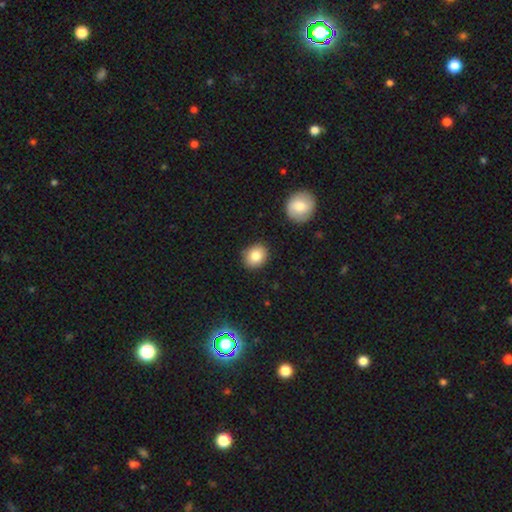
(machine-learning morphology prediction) Smooth or featured?
  - smooth: 82% *
  - star or artifact: 9%
  - featured or disk: 9%
How rounded?
  - round: 69% *
  - in between: 30%
  - cigar-shaped: 1%
Merging?
  - none: 89% *
  - minor disturbance: 8%
  - major disturbance: 2%
  - merger: 2%